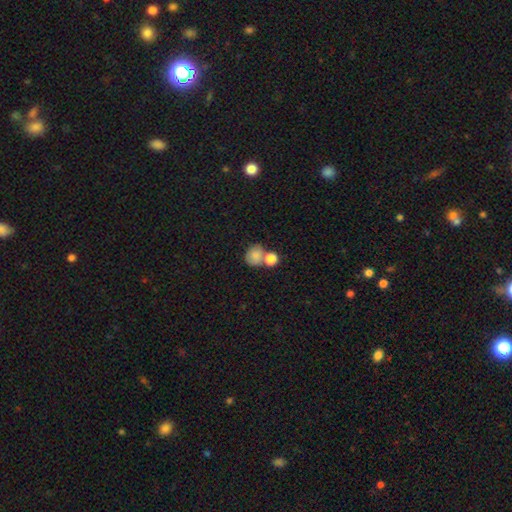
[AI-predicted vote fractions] Smooth or featured: smooth — 81% (featured or disk — 10%)
How rounded: round — 74% (in between — 25%)
Merging: none — 44% (merger — 39%)